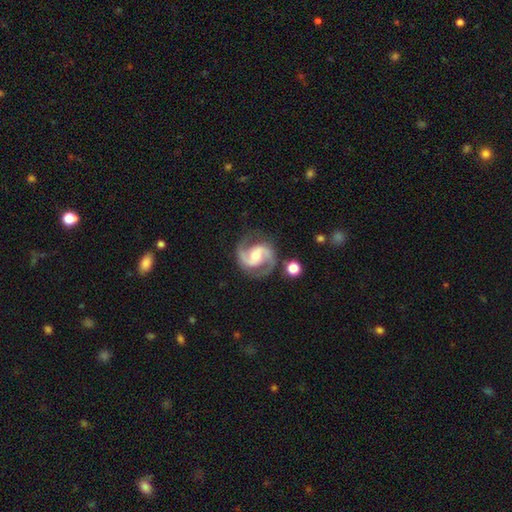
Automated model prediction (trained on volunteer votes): Smooth or featured: featured or disk — 93% (star or artifact — 4%)
Edge-on disk: no — 98% (yes — 2%)
Bar: weak — 45% (no — 35%)
Spiral arms: yes — 99% (no — 1%)
Spiral winding: medium — 64% (tight — 22%)
Spiral arm count: 2 — 94% (3 — 2%)
Bulge size: moderate — 54% (small — 29%)
Merging: none — 80% (minor disturbance — 13%)